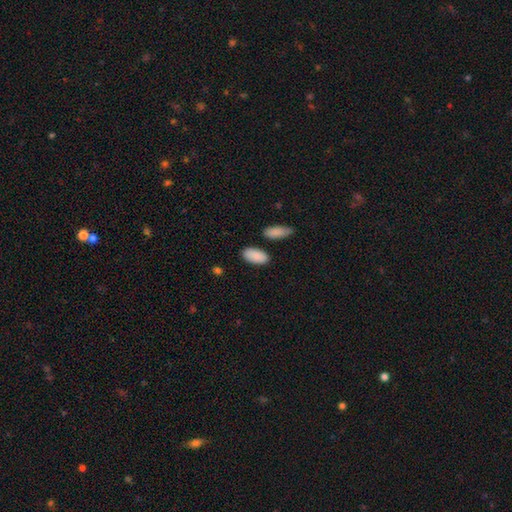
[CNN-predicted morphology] Smooth or featured? Predicted: smooth (p=0.90). How rounded? Predicted: in between (p=0.94). Merging? Predicted: none (p=0.82).